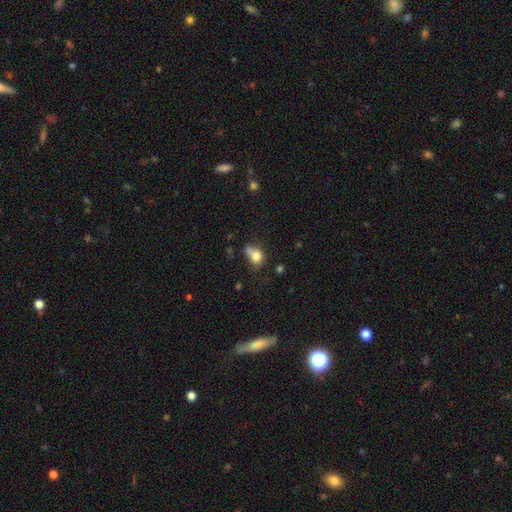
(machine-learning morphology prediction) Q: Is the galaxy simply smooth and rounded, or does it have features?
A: smooth — 77%.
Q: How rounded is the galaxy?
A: in between — 61%.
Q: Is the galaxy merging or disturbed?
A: none — 36%.